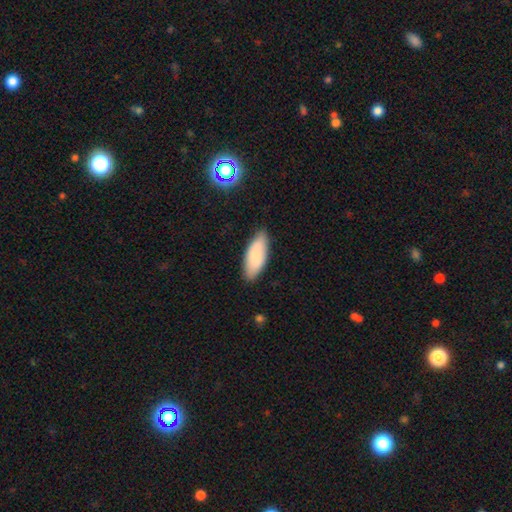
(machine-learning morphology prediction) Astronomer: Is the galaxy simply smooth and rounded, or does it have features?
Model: smooth — 80%.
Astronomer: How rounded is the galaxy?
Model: in between — 79%.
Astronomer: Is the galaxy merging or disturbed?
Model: none — 83%.